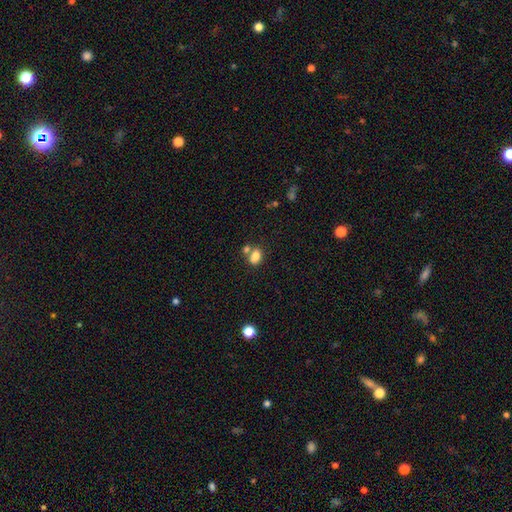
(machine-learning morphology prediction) Smooth or featured? smooth (81%)
How rounded? in between (74%)
Merging? none (47%)